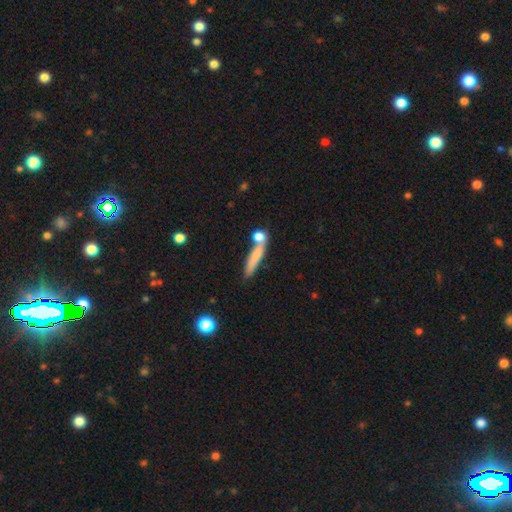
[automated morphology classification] This appears to be a smooth galaxy with no disk features (71%) that is cigar-shaped (84%). Merging: none (58%).